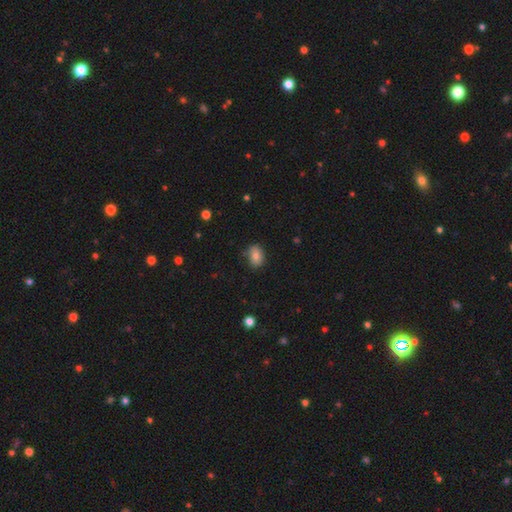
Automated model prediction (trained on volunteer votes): Smooth or featured? Predicted: smooth (p=0.79). How rounded? Predicted: in between (p=0.73). Merging? Predicted: none (p=0.75).